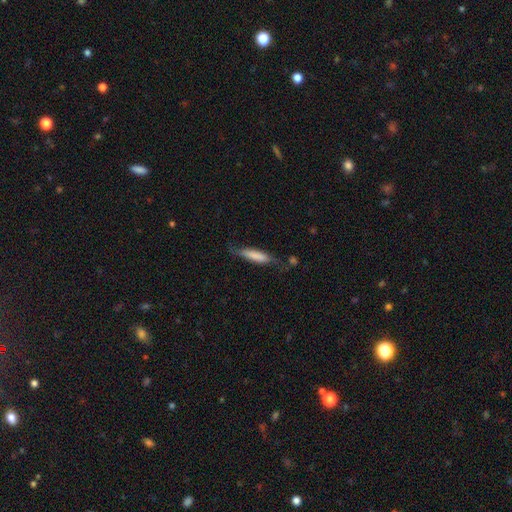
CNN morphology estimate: A smooth galaxy with no disk features (70%) that is cigar-shaped (79%). Merging: none (58%).